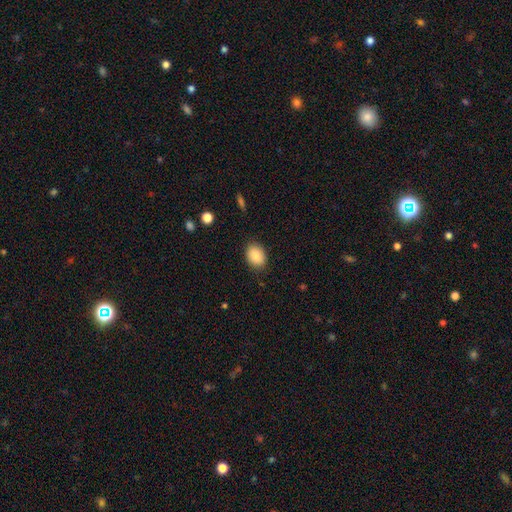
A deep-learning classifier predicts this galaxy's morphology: smooth_or_featured: smooth (p=0.87) [alt: star or artifact p=0.08]
how_rounded: in between (p=0.69) [alt: round p=0.30]
merging: none (p=0.85) [alt: minor disturbance p=0.11]